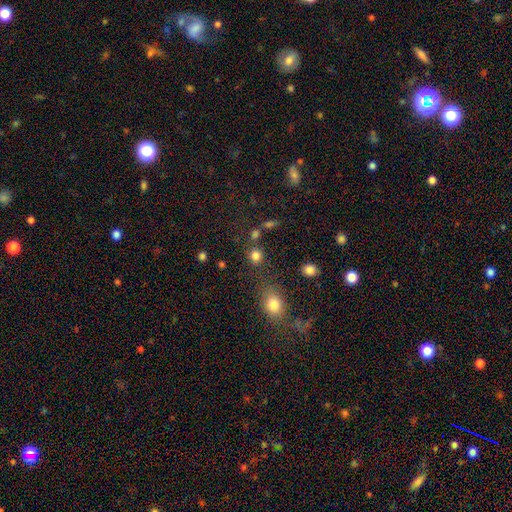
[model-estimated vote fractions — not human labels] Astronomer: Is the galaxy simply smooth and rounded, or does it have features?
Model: smooth — 81%.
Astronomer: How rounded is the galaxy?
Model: round — 84%.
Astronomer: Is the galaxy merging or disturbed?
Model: none — 74%.